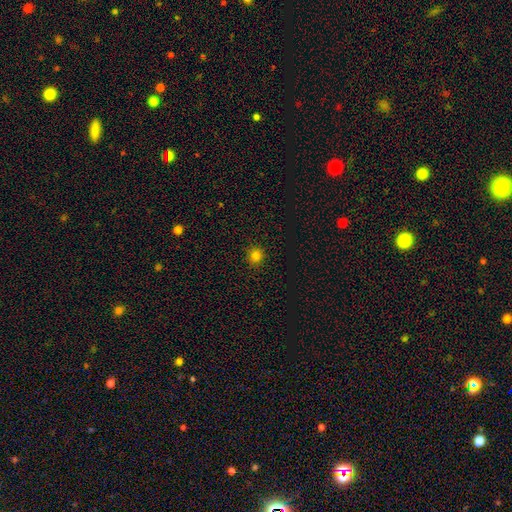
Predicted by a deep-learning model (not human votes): Q: Smooth or featured?
A: smooth (80%); runner-up: star or artifact (15%)
Q: How rounded?
A: round (87%); runner-up: in between (12%)
Q: Merging?
A: none (91%); runner-up: minor disturbance (6%)